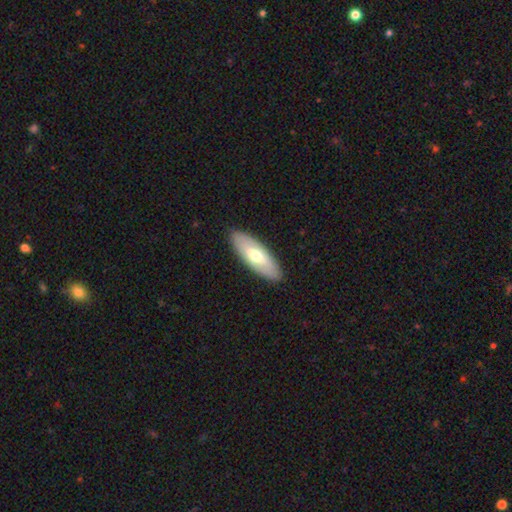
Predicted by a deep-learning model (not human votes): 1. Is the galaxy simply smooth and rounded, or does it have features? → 54% smooth, 41% featured or disk, 5% star or artifact.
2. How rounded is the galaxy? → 71% in between, 27% cigar-shaped, 2% round.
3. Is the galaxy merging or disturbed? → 89% none, 8% minor disturbance, 2% major disturbance, 1% merger.